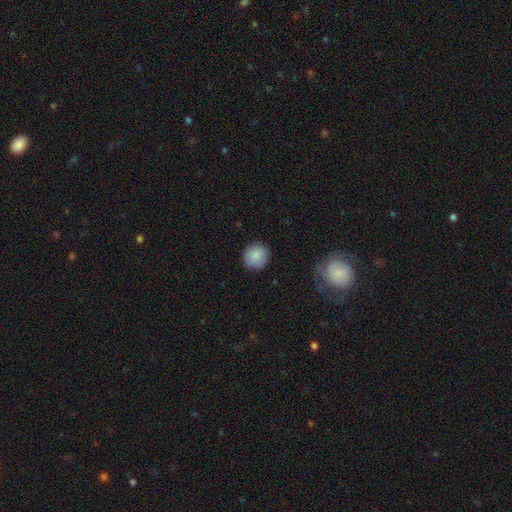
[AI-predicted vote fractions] This appears to be a smooth galaxy with no disk features (87%) that is round (90%). Merging: none (87%).